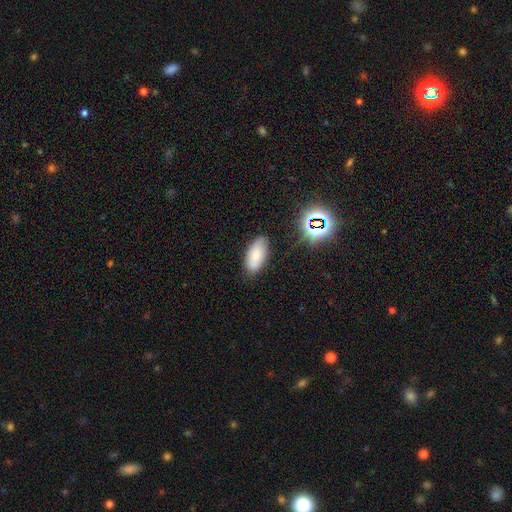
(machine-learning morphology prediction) Q: Smooth or featured?
A: smooth (76%); runner-up: featured or disk (13%)
Q: How rounded?
A: in between (91%); runner-up: cigar-shaped (6%)
Q: Merging?
A: none (79%); runner-up: minor disturbance (16%)